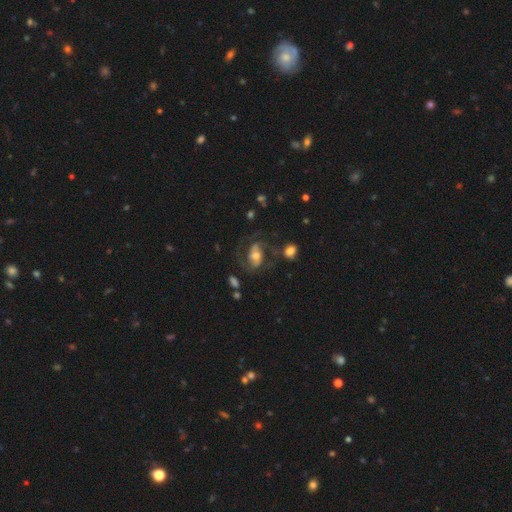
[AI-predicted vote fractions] featured or disk 77%, smooth 16%, star or artifact 7%. Down the decision tree: edge-on disk — no (97%); bar — weak (38%); spiral arms — yes (91%); spiral arm count — 2 (82%); spiral winding — medium (54%); bulge size — moderate (61%); merging — none (58%).